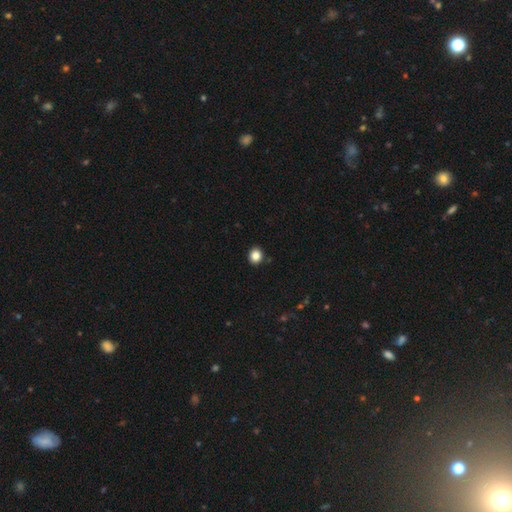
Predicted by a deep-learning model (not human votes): This is clearly a smooth galaxy (85%). How rounded: likely round (78%). Merging: clearly none (91%).